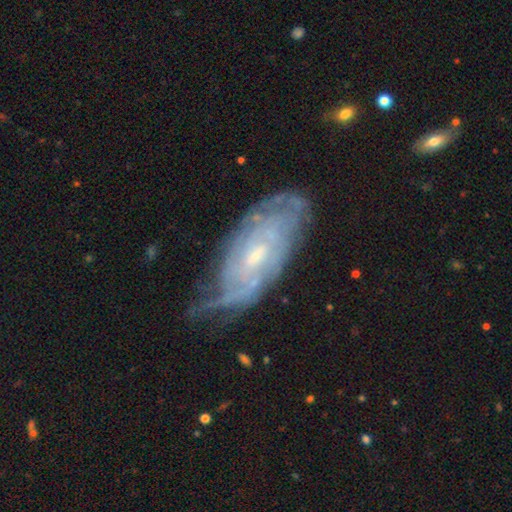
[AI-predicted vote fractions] Morphology: type=featured or disk (80%); edge-on=no (90%); bar=no (48%); spiral arms=yes (90%); winding=tight (68%); arm count=can't tell (59%); bulge=small (59%); merging=none (58%).